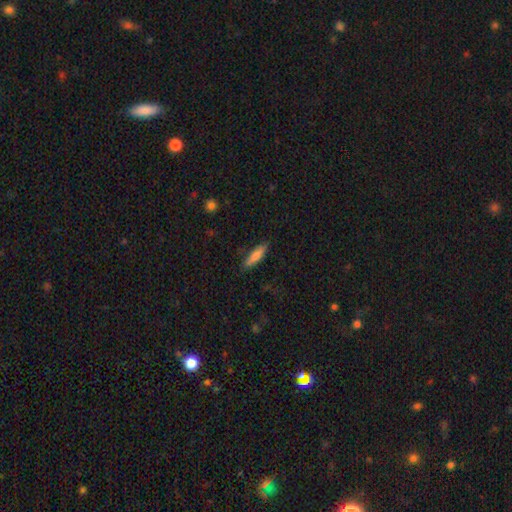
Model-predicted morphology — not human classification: Smooth or featured?
  - smooth: 69% *
  - featured or disk: 25%
  - star or artifact: 6%
How rounded?
  - cigar-shaped: 69% *
  - in between: 29%
  - round: 2%
Merging?
  - none: 85% *
  - minor disturbance: 11%
  - major disturbance: 2%
  - merger: 1%